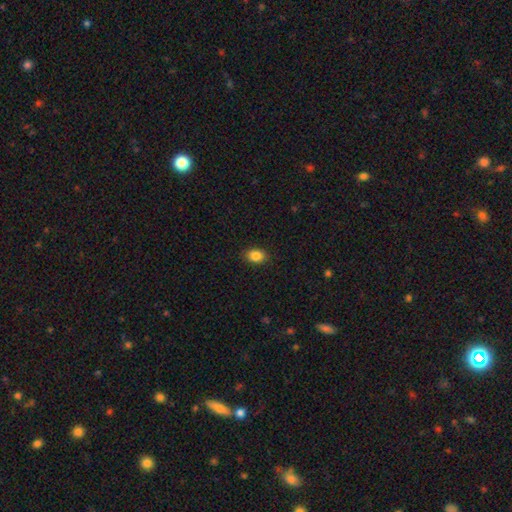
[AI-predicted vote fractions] This appears to be a smooth galaxy with no disk features (86%) that is in between round and cigar-shaped (70%). Merging: none (88%).